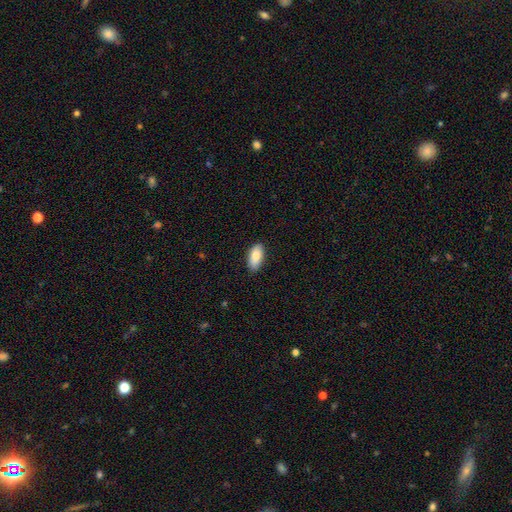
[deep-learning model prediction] A smooth galaxy with no disk features (81%) that is in between round and cigar-shaped (90%).

Vote fractions:
- Smooth or featured? smooth: 81% / featured or disk: 13% / star or artifact: 6%
- How rounded? in between: 90% / cigar-shaped: 7% / round: 2%
- Merging? none: 86% / minor disturbance: 11% / major disturbance: 2% / merger: 1%